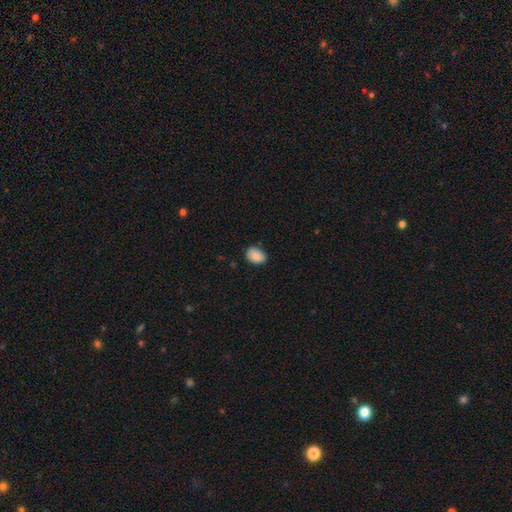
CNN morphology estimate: smooth-or-featured: smooth: 88% | star or artifact: 7% | featured or disk: 5%
  how-rounded: in between: 80% | round: 19% | cigar-shaped: 1%
  merging: none: 76% | minor disturbance: 20% | major disturbance: 3% | merger: 1%